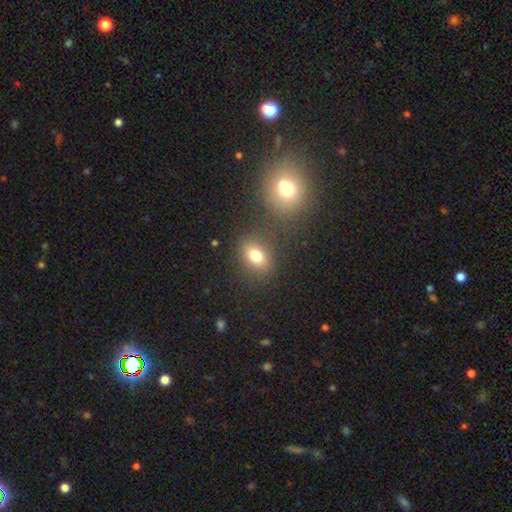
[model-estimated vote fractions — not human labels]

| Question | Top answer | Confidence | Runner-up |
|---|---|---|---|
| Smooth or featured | smooth | 76% | star or artifact (14%) |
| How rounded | in between | 64% | round (34%) |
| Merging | none | 75% | minor disturbance (11%) |